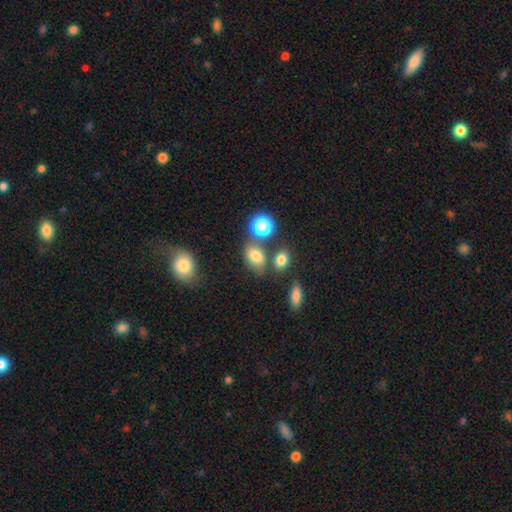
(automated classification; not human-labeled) Smooth or featured? Predicted: smooth (p=0.74). How rounded? Predicted: in between (p=0.72). Merging? Predicted: none (p=0.58).